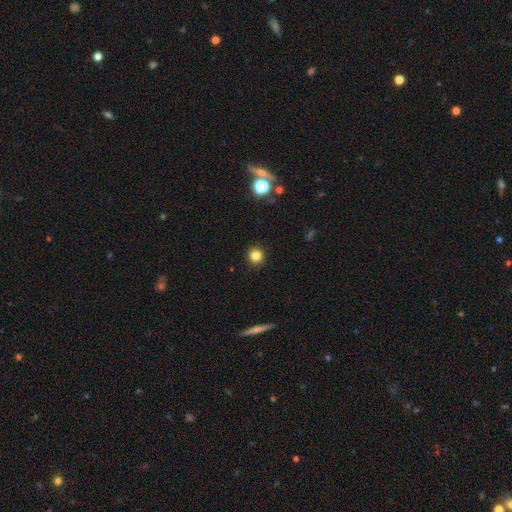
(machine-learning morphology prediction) smooth_or_featured: smooth (p=0.83) [alt: star or artifact p=0.12]
how_rounded: round (p=0.95) [alt: in between p=0.04]
merging: none (p=0.93) [alt: minor disturbance p=0.04]